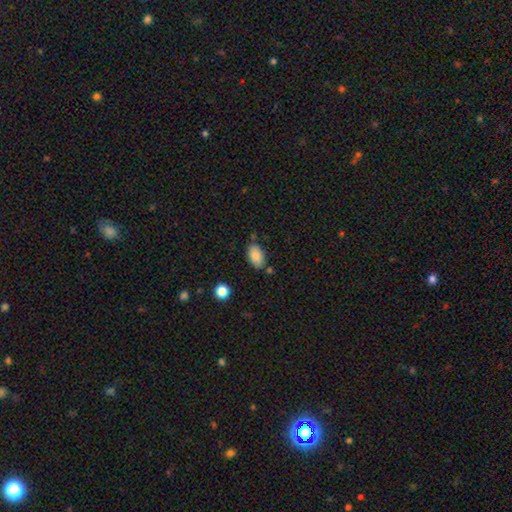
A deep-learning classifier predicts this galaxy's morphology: A smooth galaxy with no disk features (86%) that is in between round and cigar-shaped (93%). Merging: none (74%).